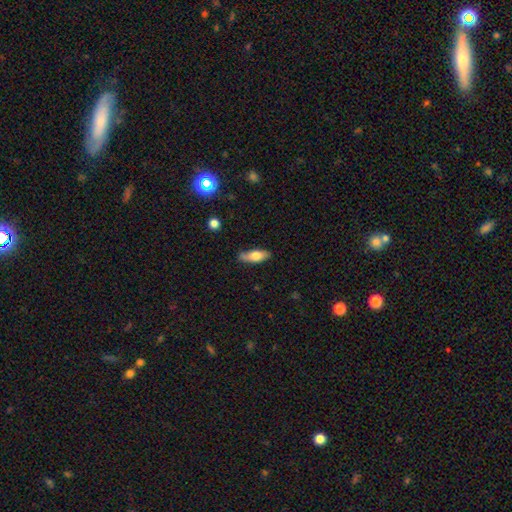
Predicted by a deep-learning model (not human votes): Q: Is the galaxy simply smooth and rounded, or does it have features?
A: smooth — 68%.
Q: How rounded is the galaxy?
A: in between — 65%.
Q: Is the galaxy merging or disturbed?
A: none — 79%.